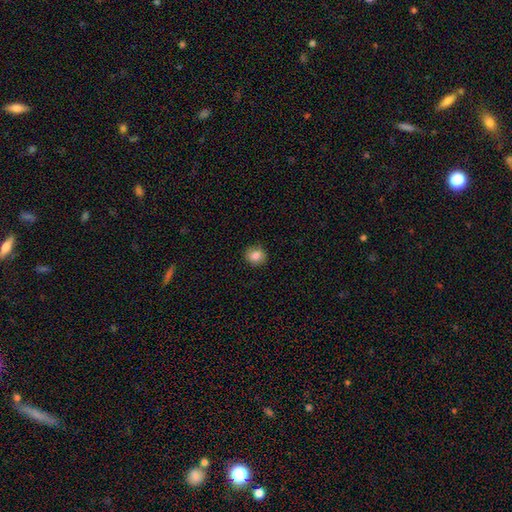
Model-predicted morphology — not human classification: smooth 83%, star or artifact 9%, featured or disk 8%. Down the decision tree: how rounded — round (82%); merging — none (88%).